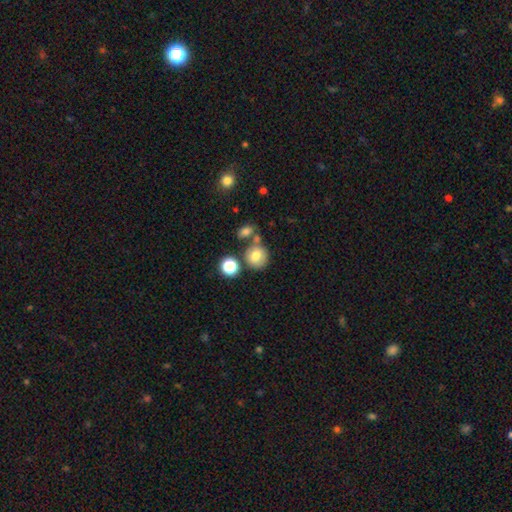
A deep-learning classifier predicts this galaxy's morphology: Overall: smooth (75%). How rounded: round (81%). Merging: none (60%; merger 22%).